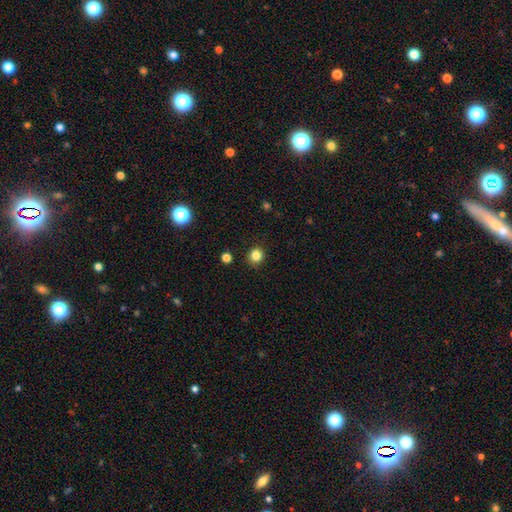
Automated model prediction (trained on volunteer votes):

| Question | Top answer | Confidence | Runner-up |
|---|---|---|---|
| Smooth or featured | smooth | 84% | star or artifact (12%) |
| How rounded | round | 87% | in between (12%) |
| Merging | none | 89% | minor disturbance (7%) |